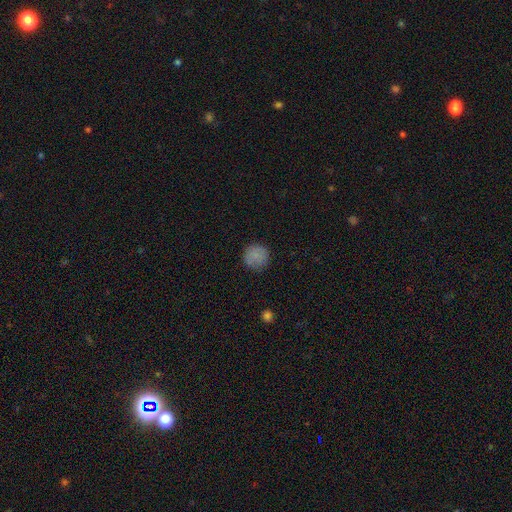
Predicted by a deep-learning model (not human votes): The model was most divided on "merging": none: 83%, minor disturbance: 12%, major disturbance: 3%, merger: 1%. More confident: how rounded — round (93%); smooth or featured — smooth (83%).